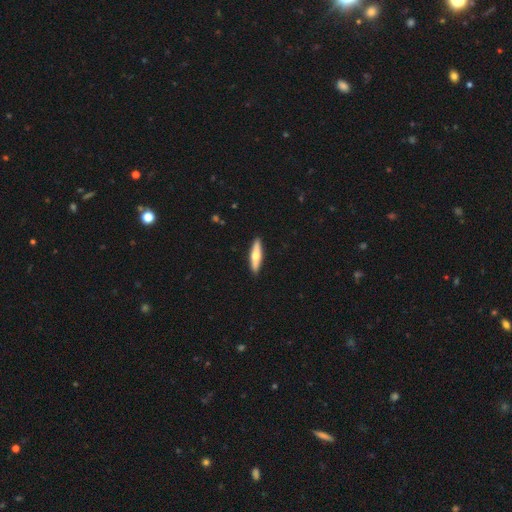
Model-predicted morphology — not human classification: Q: Smooth or featured?
A: smooth (52%); runner-up: featured or disk (43%)
Q: How rounded?
A: cigar-shaped (78%); runner-up: in between (21%)
Q: Merging?
A: none (91%); runner-up: minor disturbance (6%)